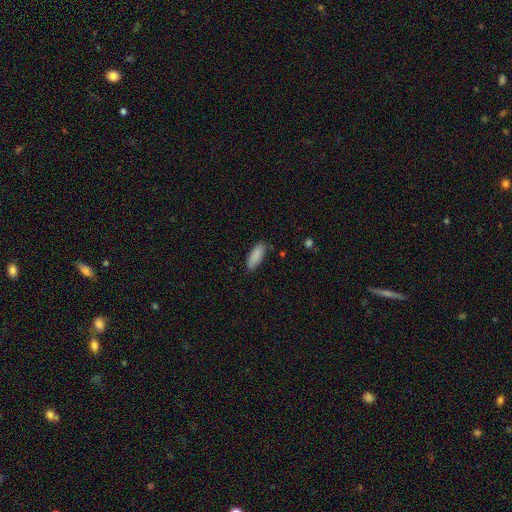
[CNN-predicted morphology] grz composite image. It shows a smooth galaxy with no disk features (89%) that is in between round and cigar-shaped (73%). Merging: none (81%).